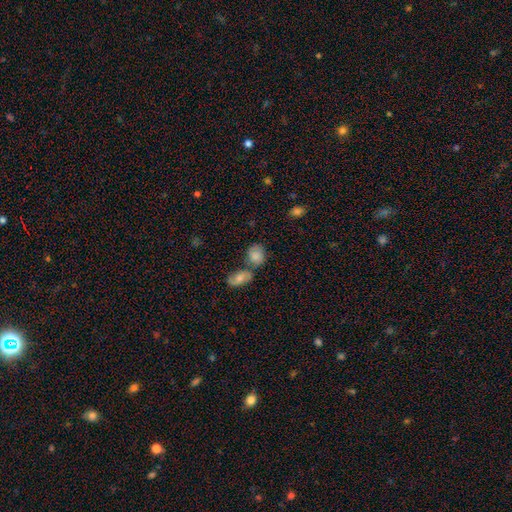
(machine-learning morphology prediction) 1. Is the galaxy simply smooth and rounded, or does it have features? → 81% smooth, 10% featured or disk, 8% star or artifact.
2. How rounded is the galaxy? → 49% in between (tied), 49% round (tied), 2% cigar-shaped.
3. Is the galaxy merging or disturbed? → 50% none, 30% merger, 15% minor disturbance, 5% major disturbance.